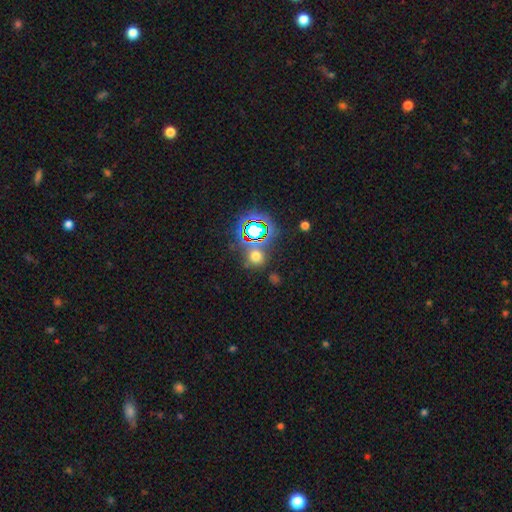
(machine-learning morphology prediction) Smooth or featured? Predicted: smooth (p=0.54). How rounded? Predicted: round (p=0.81). Merging? Predicted: none (p=0.72).